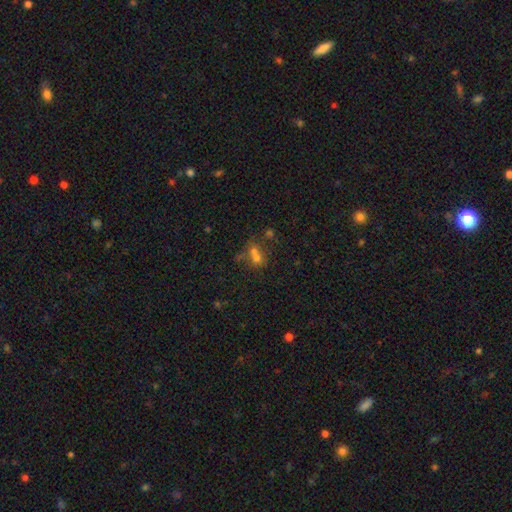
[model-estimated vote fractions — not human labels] A smooth galaxy with no disk features (49%).

Vote fractions:
- Smooth or featured? smooth: 49% / star or artifact: 33% / featured or disk: 18%
- Merging? none: 40% / merger: 39% / minor disturbance: 11% / major disturbance: 9%